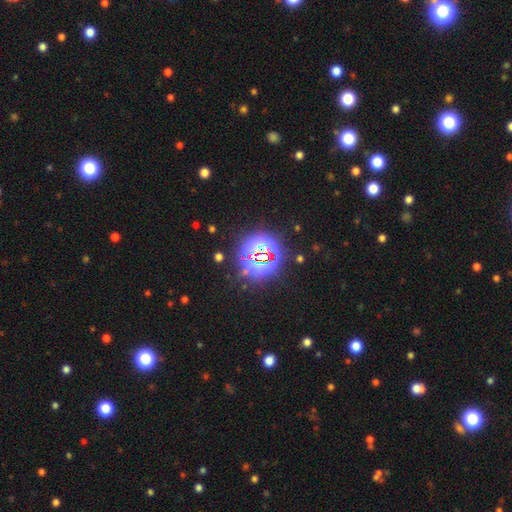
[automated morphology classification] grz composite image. It shows a star or artifact, not a galaxy (84%).